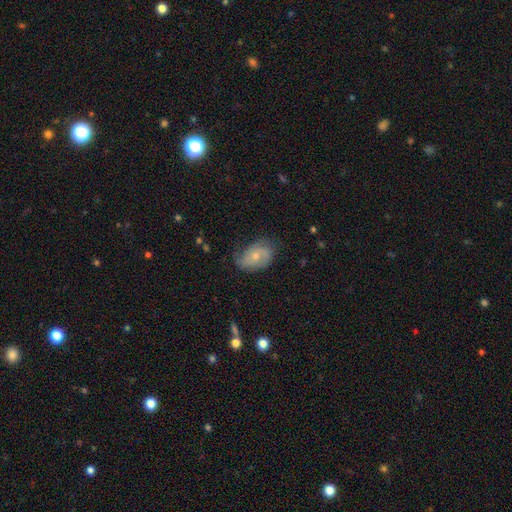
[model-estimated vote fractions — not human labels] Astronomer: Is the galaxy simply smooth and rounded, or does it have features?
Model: featured or disk — 49% (runner-up: smooth, 43%).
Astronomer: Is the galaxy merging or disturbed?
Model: none — 59%.